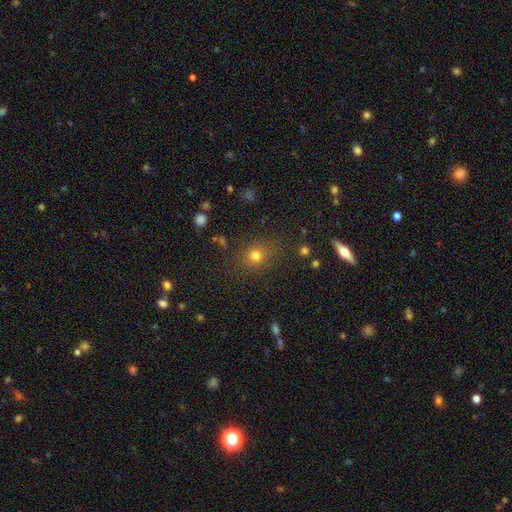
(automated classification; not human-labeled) Morphology: type=smooth (74%); roundness=round (74%); merging=none (83%).